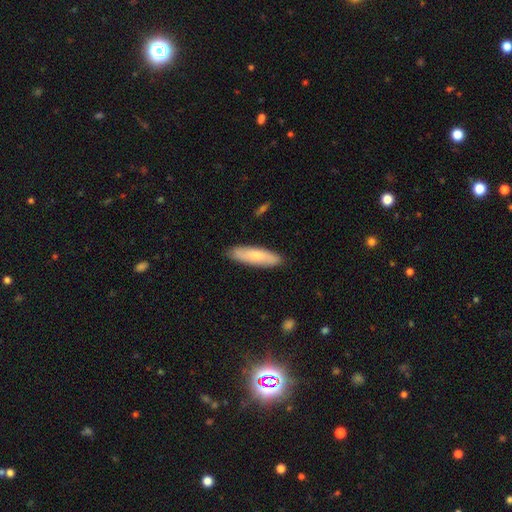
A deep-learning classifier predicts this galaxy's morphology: smooth_or_featured: smooth (p=0.71) [alt: featured or disk p=0.23]
how_rounded: cigar-shaped (p=0.64) [alt: in between p=0.35]
merging: none (p=0.88) [alt: minor disturbance p=0.10]